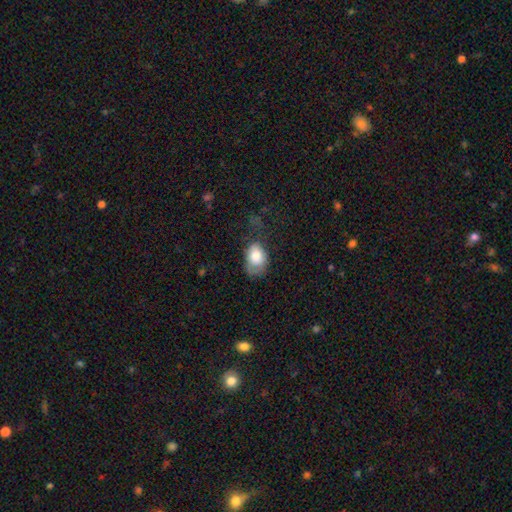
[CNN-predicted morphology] The model was most divided on "merging": none: 37%, minor disturbance: 34%, major disturbance: 26%, merger: 2%. More confident: how rounded — in between (82%); smooth or featured — smooth (76%).